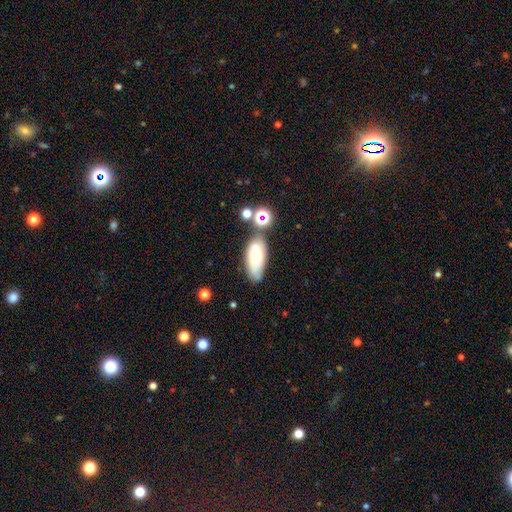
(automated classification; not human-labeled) A smooth galaxy with no disk features (63%) that is in between round and cigar-shaped (83%). Merging: none (63%).